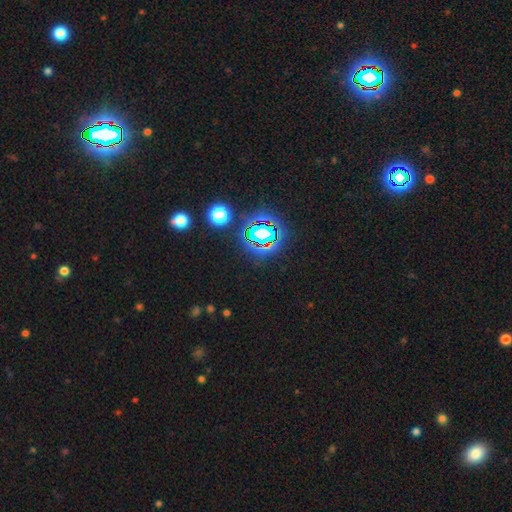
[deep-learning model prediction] Smooth or featured: star or artifact — 81% (smooth — 12%)